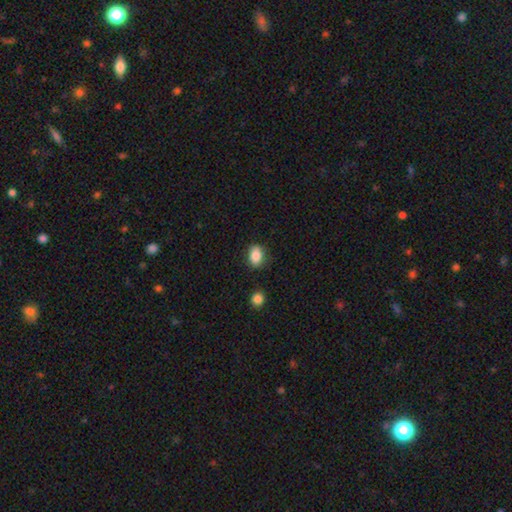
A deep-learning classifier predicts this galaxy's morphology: Smooth or featured? Predicted: smooth (p=0.85). How rounded? Predicted: in between (p=0.73). Merging? Predicted: none (p=0.82).